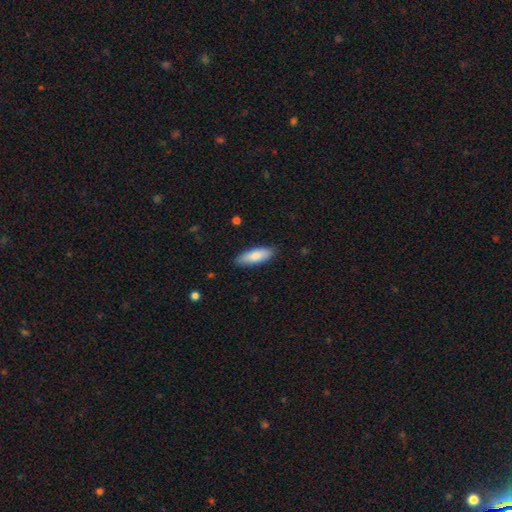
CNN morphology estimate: type=smooth (84%); roundness=in between (66%); merging=none (86%).